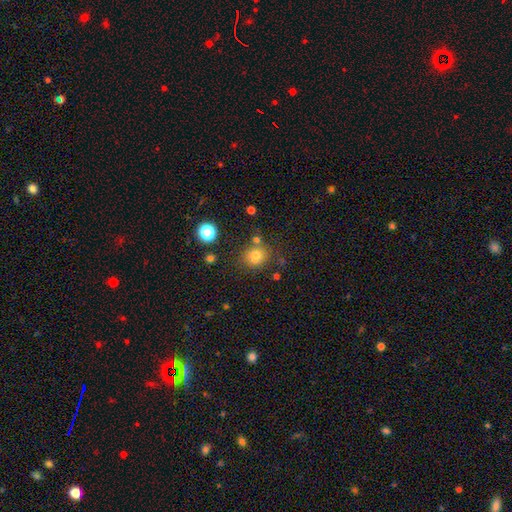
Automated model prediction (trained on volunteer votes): A smooth galaxy with no disk features (75%) that is round (79%).

Vote fractions:
- Smooth or featured? smooth: 75% / star or artifact: 16% / featured or disk: 9%
- How rounded? round: 79% / in between: 20% / cigar-shaped: 1%
- Merging? none: 69% / minor disturbance: 14% / merger: 12% / major disturbance: 5%